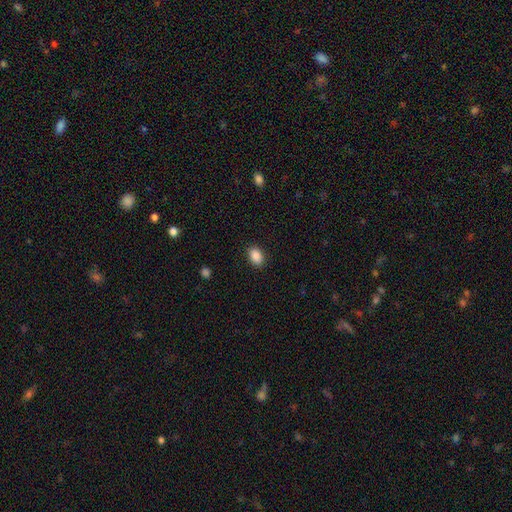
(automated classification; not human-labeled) smooth_or_featured: smooth (p=0.89) [alt: star or artifact p=0.08]
how_rounded: in between (p=0.83) [alt: round p=0.16]
merging: none (p=0.89) [alt: minor disturbance p=0.08]